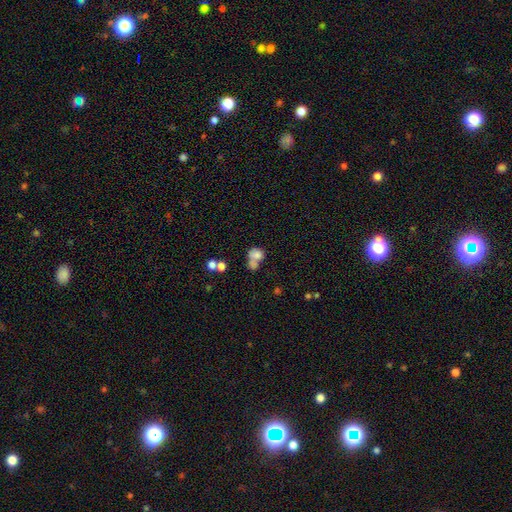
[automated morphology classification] The model was most divided on "how rounded": round: 50%, in between: 49%, cigar-shaped: 2%. More confident: smooth or featured — smooth (71%); merging — merger (56%).